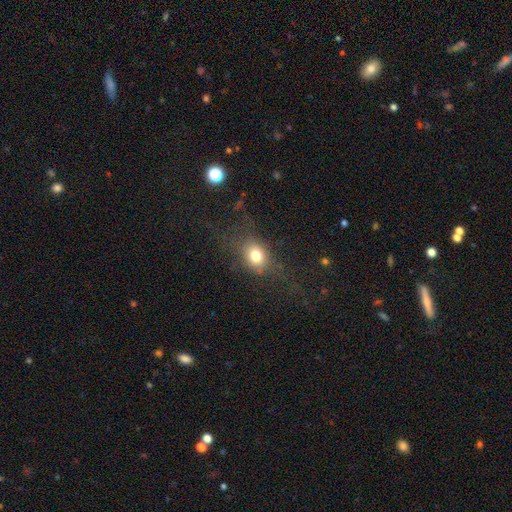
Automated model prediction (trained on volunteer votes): Overall: smooth (74%). How rounded: round (54%; in between 44%). Merging: none (66%).